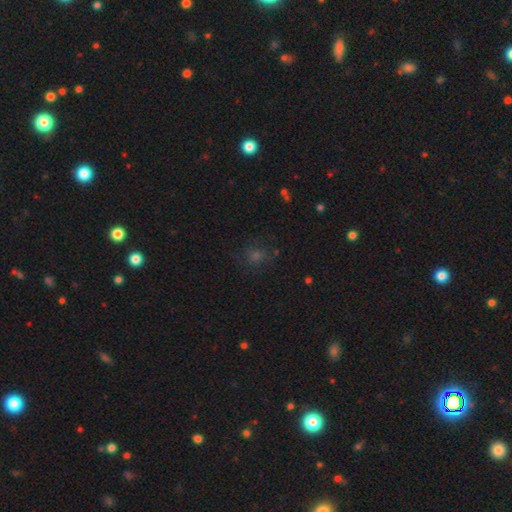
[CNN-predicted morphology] The model was most divided on "smooth or featured": smooth: 48%, star or artifact: 38%, featured or disk: 14%. More confident: merging — none (78%).